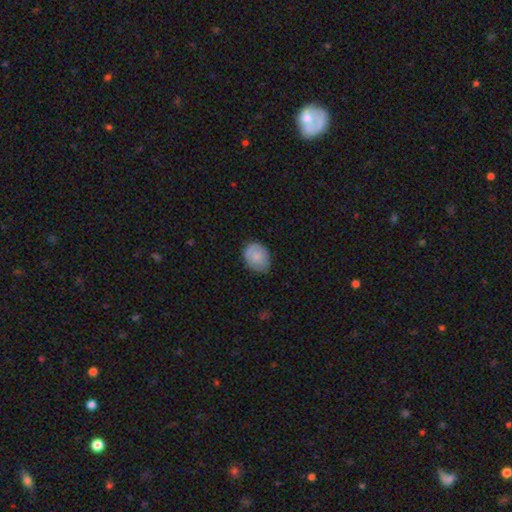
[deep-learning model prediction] smooth-or-featured: smooth: 81% | featured or disk: 13% | star or artifact: 7%
  how-rounded: in between: 60% | round: 40% | cigar-shaped: 1%
  merging: none: 75% | minor disturbance: 21% | major disturbance: 3% | merger: 1%